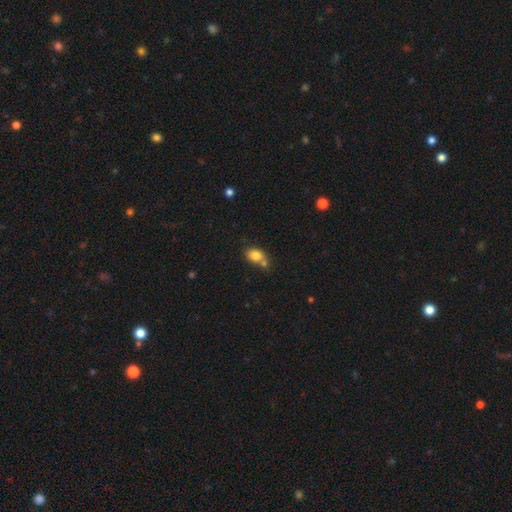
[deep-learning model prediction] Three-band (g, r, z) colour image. It shows a smooth galaxy with no disk features (81%) that is in between round and cigar-shaped (64%). Merging: none (45%).